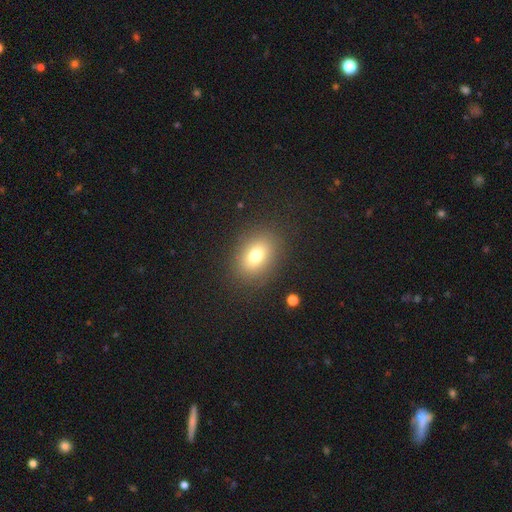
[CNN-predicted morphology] smooth 75%, star or artifact 13%, featured or disk 12%. Down the decision tree: how rounded — in between (68%); merging — none (86%).